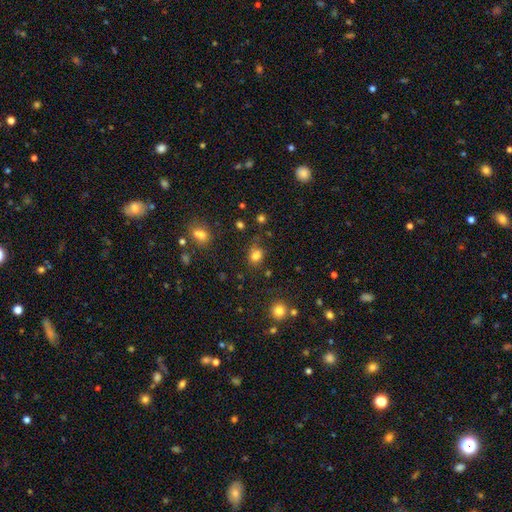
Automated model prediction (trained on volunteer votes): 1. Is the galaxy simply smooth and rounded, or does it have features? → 78% smooth, 16% star or artifact, 6% featured or disk.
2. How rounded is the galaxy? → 55% round, 44% in between, 1% cigar-shaped.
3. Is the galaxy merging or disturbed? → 63% none, 20% minor disturbance, 9% merger, 7% major disturbance.